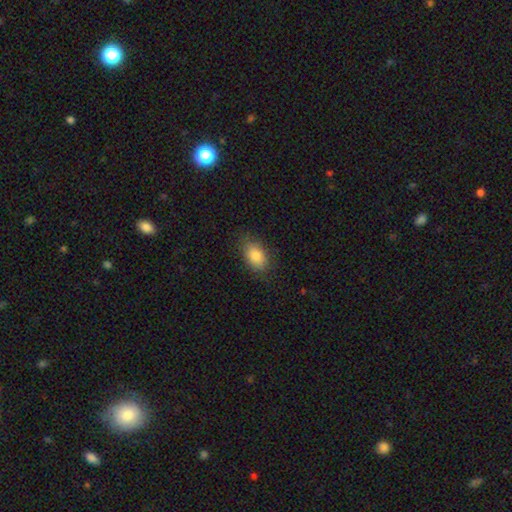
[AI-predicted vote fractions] A smooth galaxy with no disk features (84%) that is in between round and cigar-shaped (87%).

Vote fractions:
- Smooth or featured? smooth: 84% / featured or disk: 8% / star or artifact: 8%
- How rounded? in between: 87% / round: 11% / cigar-shaped: 2%
- Merging? none: 82% / minor disturbance: 14% / major disturbance: 3% / merger: 1%